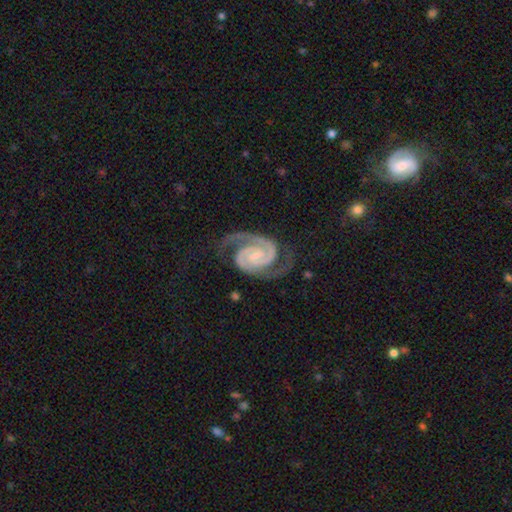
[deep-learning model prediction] A featured or disk galaxy (93%) with no bar (44%), 2 (94%) tight (53%) spiral arms (99%) and a small central bulge (58%).

Vote fractions:
- Smooth or featured? featured or disk: 93% / star or artifact: 4% / smooth: 3%
- Edge-on disk? no: 98% / yes: 2%
- Bar? no: 44% / weak: 39% / strong: 17%
- Spiral arms? yes: 99% / no: 1%
- Spiral winding? tight: 53% / medium: 41% / loose: 6%
- Spiral arm count? 2: 94% / 3: 2% / can't tell: 1% / 1: 1% / 4: 1% / more than 4: 1%
- Bulge size? small: 58% / moderate: 20% / none: 19% / large: 2% / dominant: 1%
- Merging? none: 76% / minor disturbance: 15% / major disturbance: 7% / merger: 2%